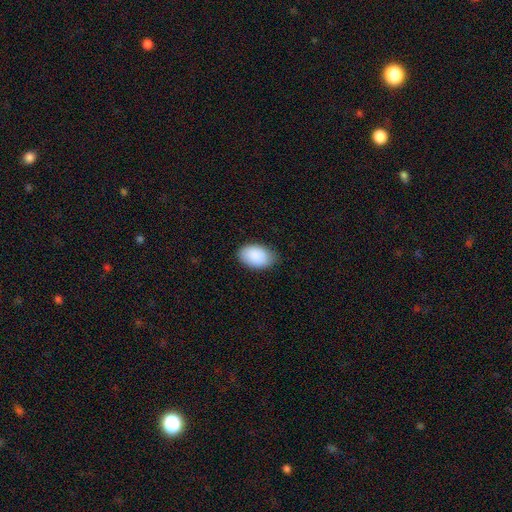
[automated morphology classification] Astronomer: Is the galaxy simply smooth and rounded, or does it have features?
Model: smooth — 90%.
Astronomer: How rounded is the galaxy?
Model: in between — 91%.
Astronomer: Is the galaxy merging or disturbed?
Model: none — 80%.